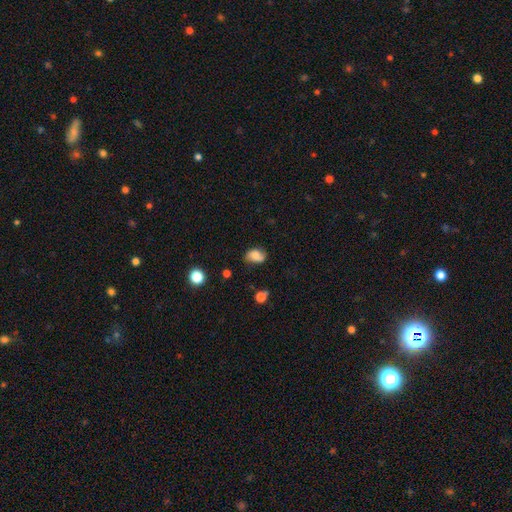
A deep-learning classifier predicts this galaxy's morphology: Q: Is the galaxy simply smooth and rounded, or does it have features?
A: smooth — 62%.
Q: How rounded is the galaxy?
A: in between — 77%.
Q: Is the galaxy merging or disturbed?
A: none — 66%.